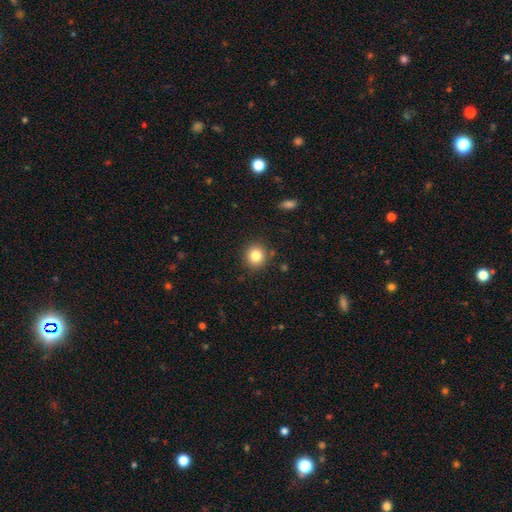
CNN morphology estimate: The model was most divided on "smooth or featured": smooth: 82%, star or artifact: 11%, featured or disk: 7%. More confident: how rounded — round (91%); merging — none (89%).